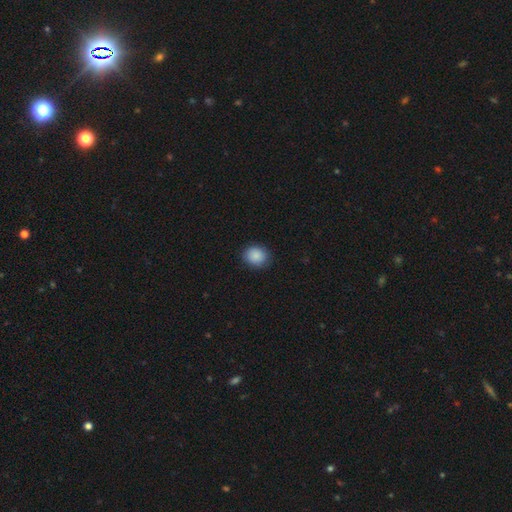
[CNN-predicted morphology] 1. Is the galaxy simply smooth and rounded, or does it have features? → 88% smooth, 8% star or artifact, 4% featured or disk.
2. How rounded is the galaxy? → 70% round, 29% in between, 1% cigar-shaped.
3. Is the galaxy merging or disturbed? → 86% none, 10% minor disturbance, 2% major disturbance, 1% merger.